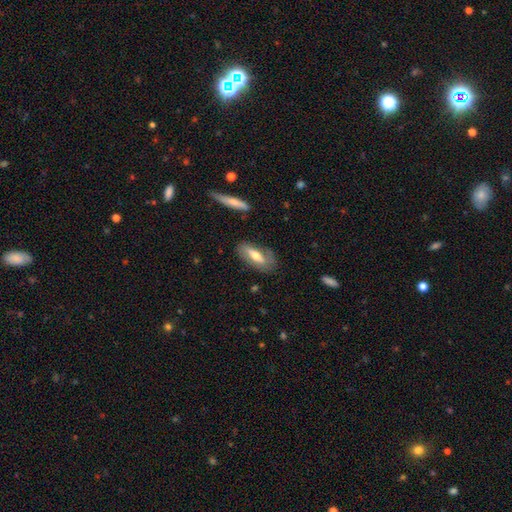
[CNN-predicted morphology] Smooth or featured: featured or disk — 48% (smooth — 46%)
Merging: none — 70% (minor disturbance — 19%)